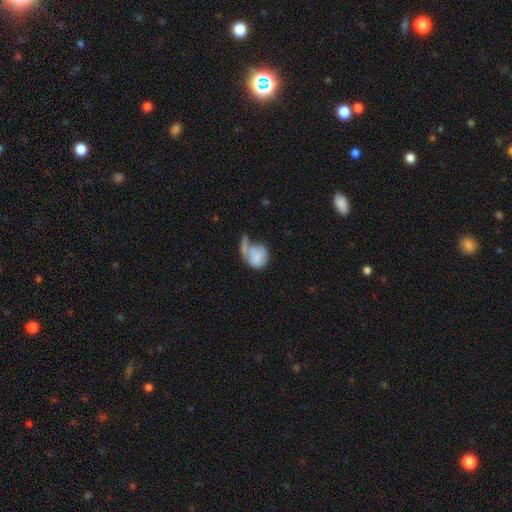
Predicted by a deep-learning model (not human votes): A smooth galaxy with no disk features (66%) that is round (67%).

Vote fractions:
- Smooth or featured? smooth: 66% / featured or disk: 27% / star or artifact: 7%
- How rounded? round: 67% / in between: 31% / cigar-shaped: 1%
- Merging? major disturbance: 28% / none: 26% / merger: 24% / minor disturbance: 22%